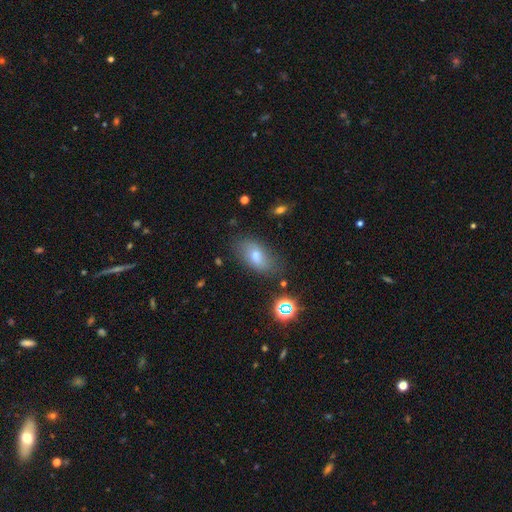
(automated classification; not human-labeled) This is likely a smooth galaxy (69%). How rounded: clearly in between (89%). Merging: likely none (73%).